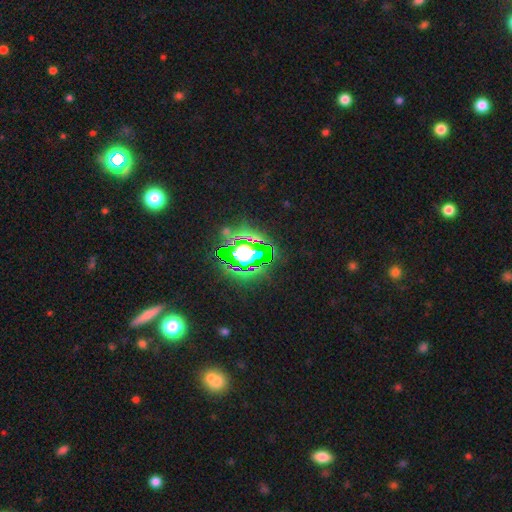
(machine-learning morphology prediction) This appears to be a star or artifact, not a galaxy (66%).